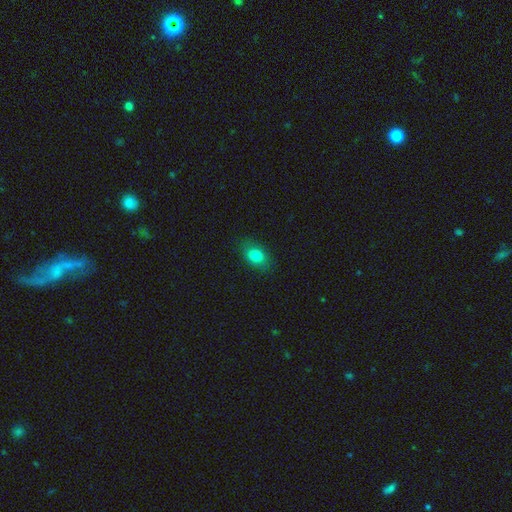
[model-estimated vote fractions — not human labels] Morphology: type=smooth (81%); roundness=in between (79%); merging=none (83%).